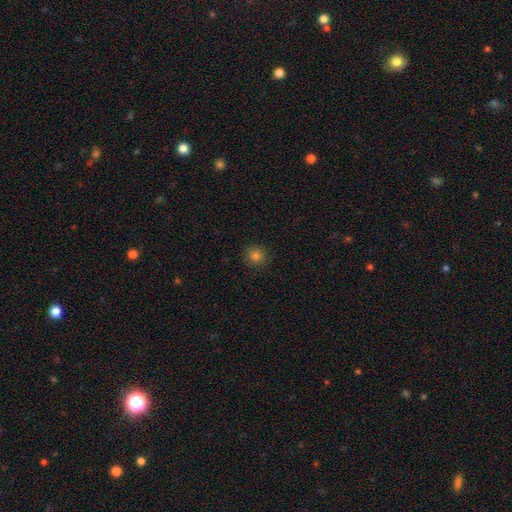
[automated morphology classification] Smooth or featured: smooth — 82% (star or artifact — 13%)
How rounded: round — 90% (in between — 9%)
Merging: none — 90% (minor disturbance — 7%)